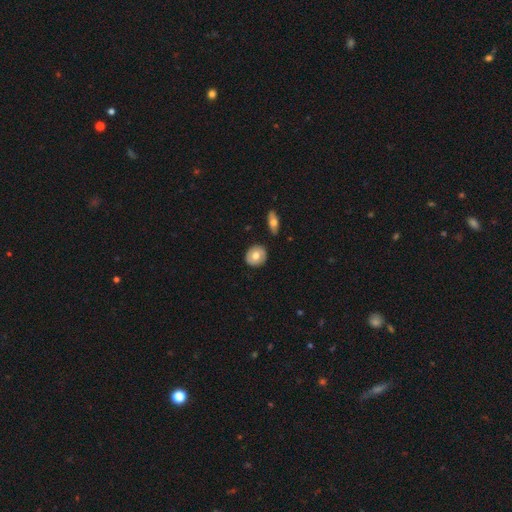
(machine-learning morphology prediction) Q: Smooth or featured?
A: smooth (63%); runner-up: featured or disk (30%)
Q: How rounded?
A: round (79%); runner-up: in between (20%)
Q: Merging?
A: none (87%); runner-up: minor disturbance (9%)